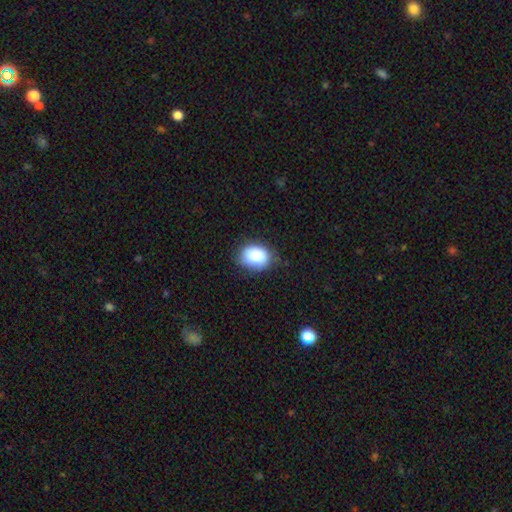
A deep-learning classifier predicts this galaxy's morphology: smooth_or_featured: smooth (p=0.87) [alt: star or artifact p=0.08]
how_rounded: in between (p=0.69) [alt: round p=0.30]
merging: none (p=0.72) [alt: minor disturbance p=0.22]